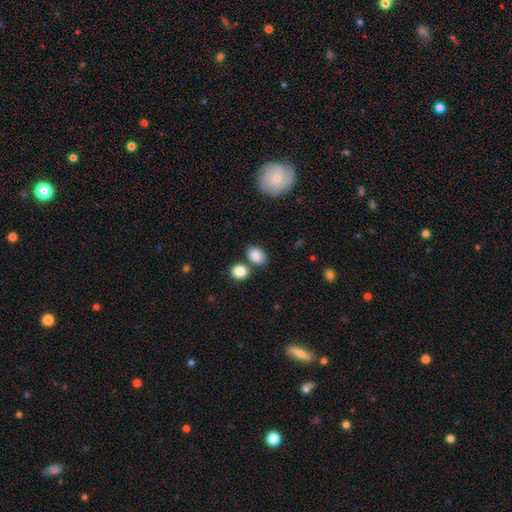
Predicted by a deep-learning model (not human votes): Smooth or featured: smooth — 86% (star or artifact — 8%)
How rounded: in between — 80% (round — 18%)
Merging: none — 65% (merger — 17%)